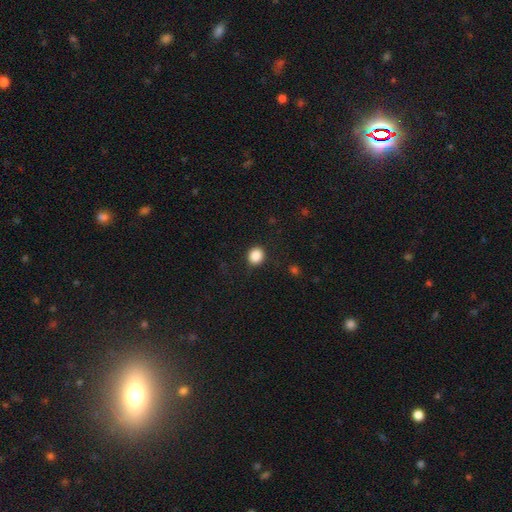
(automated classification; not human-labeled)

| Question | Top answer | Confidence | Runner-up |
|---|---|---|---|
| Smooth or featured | smooth | 87% | star or artifact (10%) |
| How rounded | round | 83% | in between (16%) |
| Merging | none | 89% | minor disturbance (8%) |